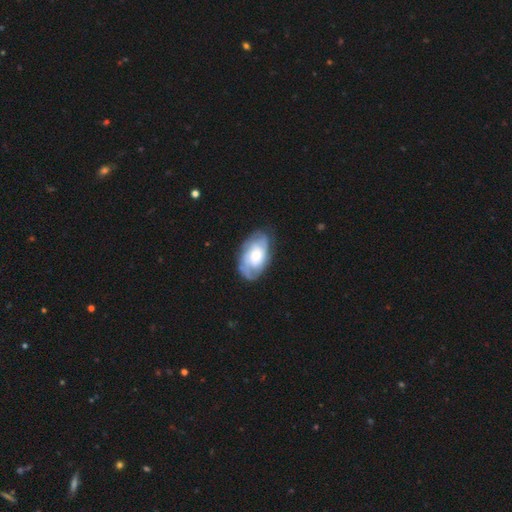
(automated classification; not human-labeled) Morphology: type=featured or disk (73%); edge-on=no (95%); bar=no (76%); spiral arms=yes (90%); winding=tight (61%); arm count=can't tell (40%); bulge=moderate (54%); merging=none (74%).